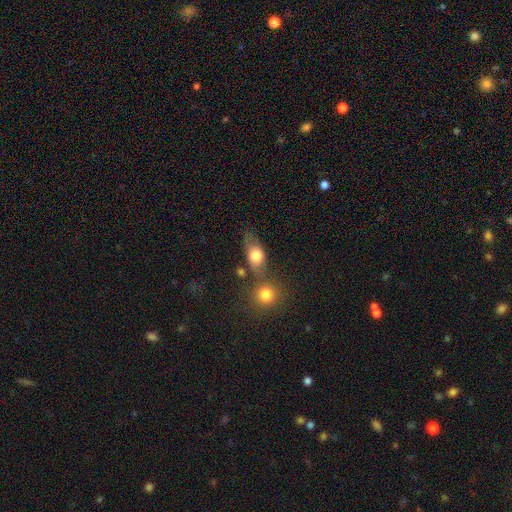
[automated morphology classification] type=smooth (72%); roundness=in between (67%); merging=none (51%).